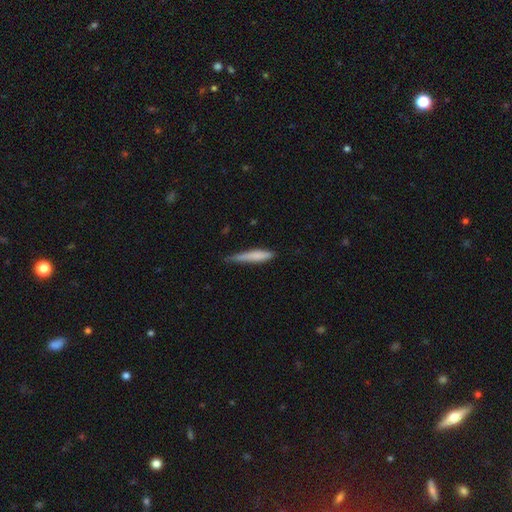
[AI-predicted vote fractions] A smooth galaxy with no disk features (76%) that is cigar-shaped (90%). Merging: none (56%).